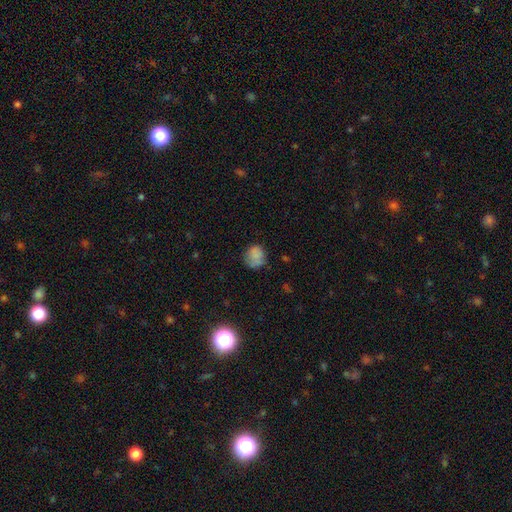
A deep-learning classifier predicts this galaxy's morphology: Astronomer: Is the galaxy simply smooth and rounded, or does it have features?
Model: smooth — 77%.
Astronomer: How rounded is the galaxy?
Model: round — 75%.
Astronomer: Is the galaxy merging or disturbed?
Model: none — 60%.